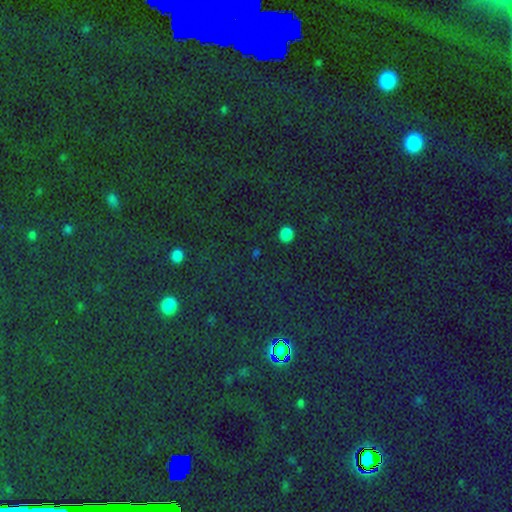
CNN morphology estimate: Q: Smooth or featured?
A: star or artifact (77%); runner-up: smooth (14%)